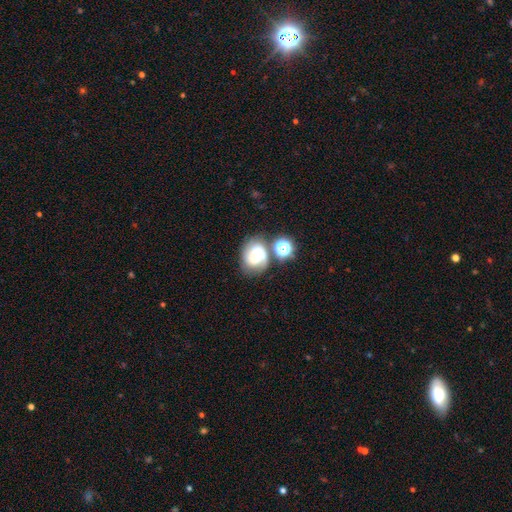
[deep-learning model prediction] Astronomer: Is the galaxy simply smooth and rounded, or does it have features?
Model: featured or disk — 49% (runner-up: smooth, 37%).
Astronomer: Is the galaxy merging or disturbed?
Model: none — 46% (runner-up: merger, 27%).